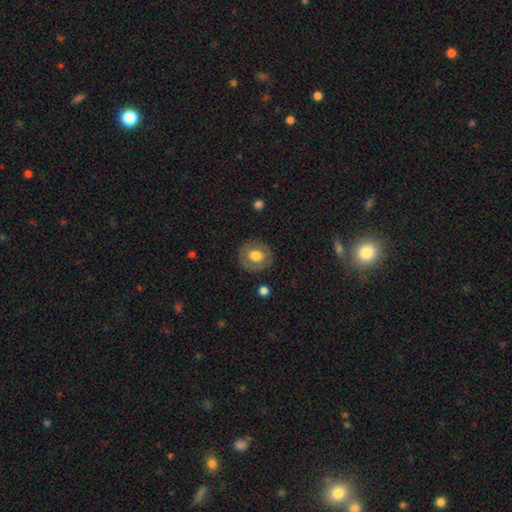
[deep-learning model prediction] Morphology: type=smooth (57%); roundness=round (79%); merging=none (84%).